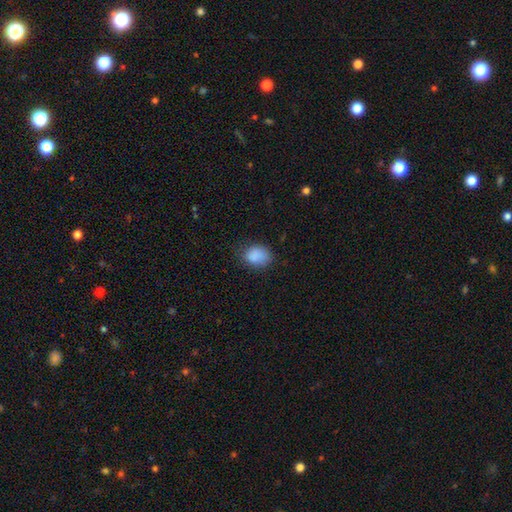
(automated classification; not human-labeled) smooth_or_featured: smooth (p=0.87) [alt: star or artifact p=0.08]
how_rounded: in between (p=0.67) [alt: round p=0.32]
merging: none (p=0.70) [alt: minor disturbance p=0.23]